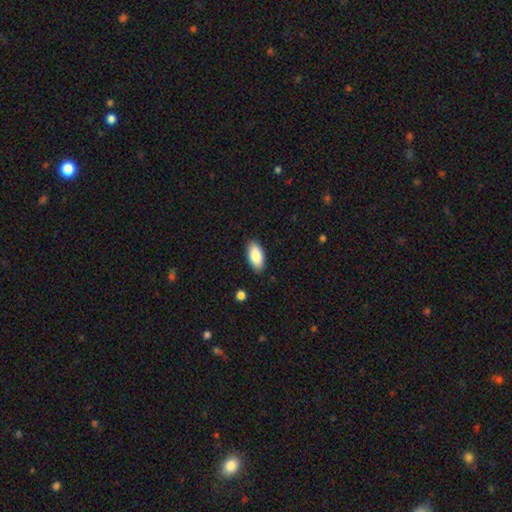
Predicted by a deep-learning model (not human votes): Smooth or featured?
  - smooth: 87% *
  - featured or disk: 7%
  - star or artifact: 6%
How rounded?
  - in between: 92% *
  - cigar-shaped: 5%
  - round: 2%
Merging?
  - none: 88% *
  - minor disturbance: 9%
  - major disturbance: 2%
  - merger: 1%